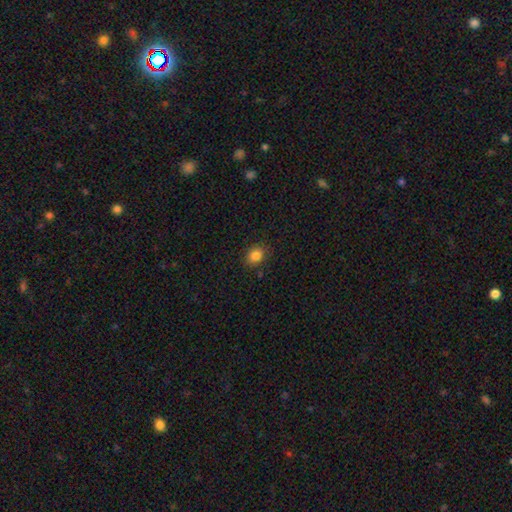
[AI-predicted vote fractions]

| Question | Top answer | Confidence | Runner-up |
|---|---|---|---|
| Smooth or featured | smooth | 84% | star or artifact (10%) |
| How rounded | in between | 54% | round (45%) |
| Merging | none | 86% | minor disturbance (10%) |